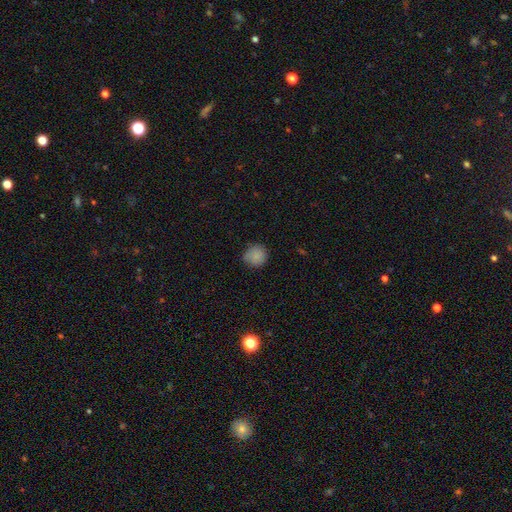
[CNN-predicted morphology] Overall: smooth (85%). How rounded: round (89%). Merging: none (82%).